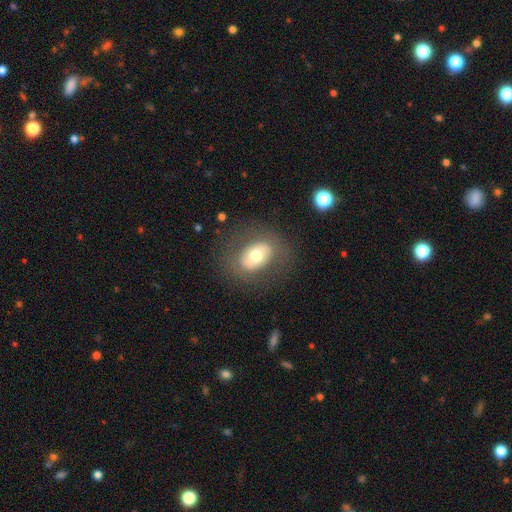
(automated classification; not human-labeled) smooth-or-featured: smooth: 56% | featured or disk: 35% | star or artifact: 9%
  how-rounded: in between: 66% | round: 33% | cigar-shaped: 1%
  merging: none: 76% | minor disturbance: 13% | major disturbance: 9% | merger: 1%